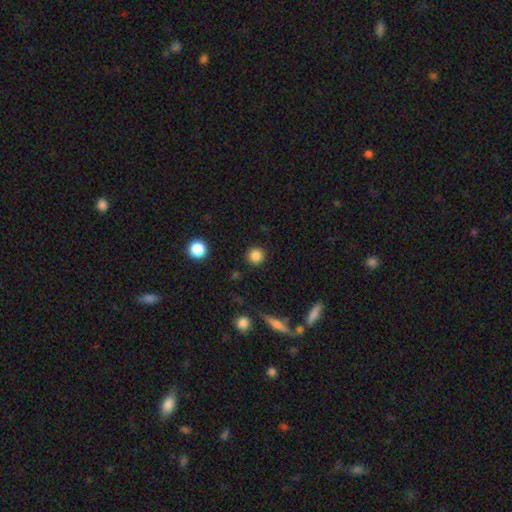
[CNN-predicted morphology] smooth-or-featured: smooth: 85% | star or artifact: 11% | featured or disk: 4%
  how-rounded: round: 94% | in between: 5% | cigar-shaped: 1%
  merging: none: 91% | minor disturbance: 5% | major disturbance: 2% | merger: 1%